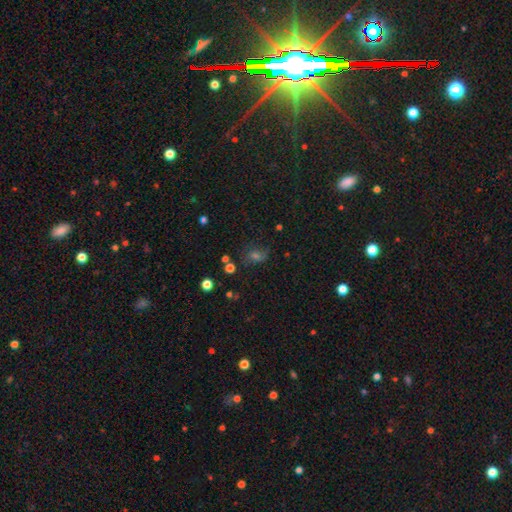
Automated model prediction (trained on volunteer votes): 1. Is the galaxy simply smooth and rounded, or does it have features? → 41% smooth, 35% star or artifact, 24% featured or disk.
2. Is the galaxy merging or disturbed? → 67% none, 19% minor disturbance, 10% major disturbance, 4% merger.